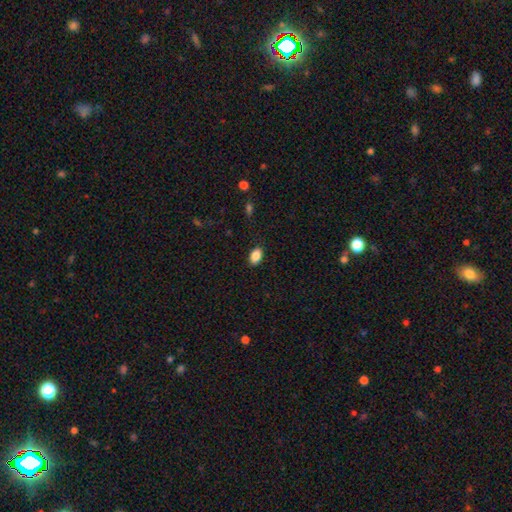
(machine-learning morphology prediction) This is clearly a smooth galaxy (88%). How rounded: clearly in between (88%). Merging: clearly none (87%).